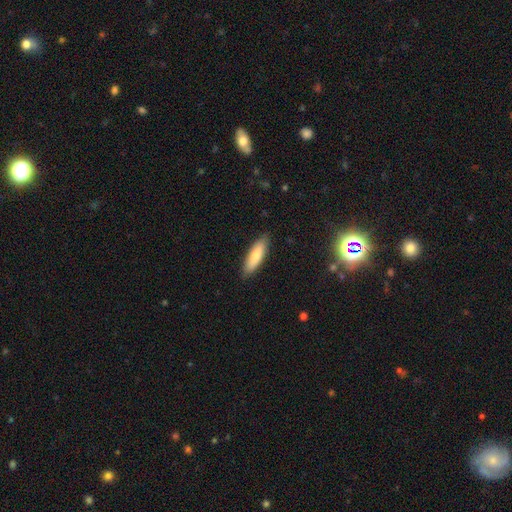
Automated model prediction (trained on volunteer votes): The model was most divided on "how rounded": cigar-shaped: 51%, in between: 47%, round: 2%. More confident: merging — none (86%); smooth or featured — smooth (77%).